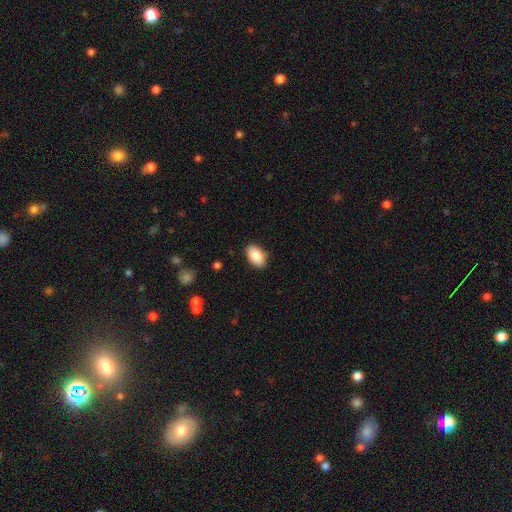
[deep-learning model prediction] The model was most divided on "merging": none: 88%, minor disturbance: 9%, major disturbance: 2%, merger: 1%. More confident: how rounded — in between (93%); smooth or featured — smooth (88%).